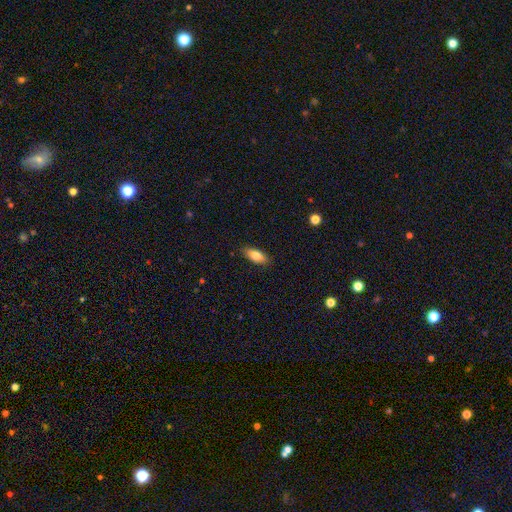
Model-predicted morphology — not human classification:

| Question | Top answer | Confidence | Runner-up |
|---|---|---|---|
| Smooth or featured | smooth | 80% | featured or disk (13%) |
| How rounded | in between | 83% | cigar-shaped (14%) |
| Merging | none | 88% | minor disturbance (9%) |